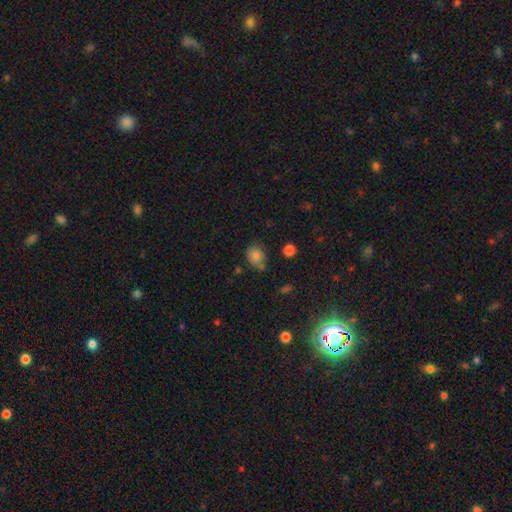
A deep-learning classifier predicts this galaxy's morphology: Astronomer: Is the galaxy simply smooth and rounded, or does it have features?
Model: smooth — 81%.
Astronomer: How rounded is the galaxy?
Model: round — 54% (runner-up: in between, 45%).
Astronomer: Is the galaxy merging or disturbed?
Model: none — 60%.